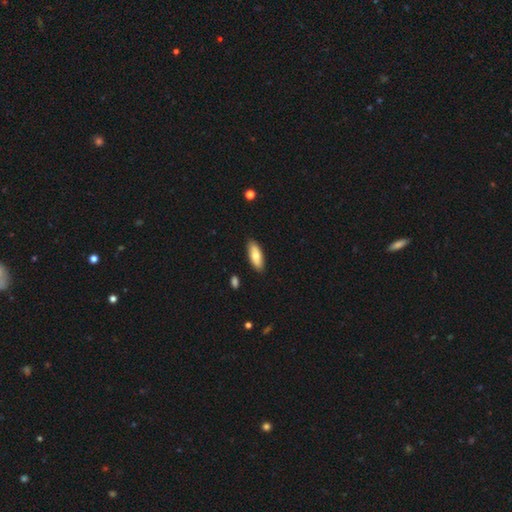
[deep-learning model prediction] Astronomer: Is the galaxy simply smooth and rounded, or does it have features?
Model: smooth — 74%.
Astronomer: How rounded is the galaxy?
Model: in between — 75%.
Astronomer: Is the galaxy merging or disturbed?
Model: none — 88%.